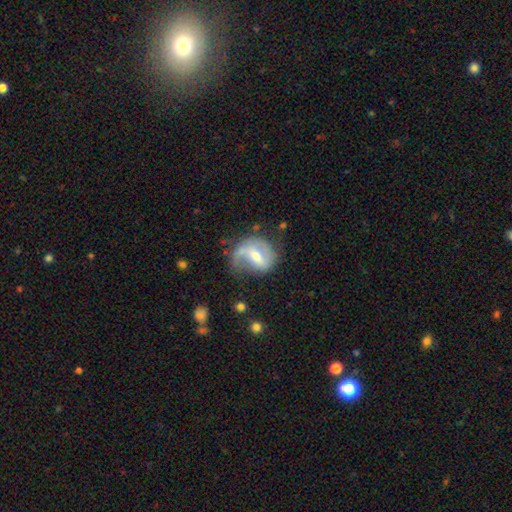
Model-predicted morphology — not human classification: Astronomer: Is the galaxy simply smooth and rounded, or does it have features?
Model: featured or disk — 70%.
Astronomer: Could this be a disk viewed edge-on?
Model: no — 96%.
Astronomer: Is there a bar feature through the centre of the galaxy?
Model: weak — 47% (runner-up: strong, 35%).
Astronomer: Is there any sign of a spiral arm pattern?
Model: yes — 82%.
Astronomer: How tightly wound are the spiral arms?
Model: loose — 45% (runner-up: medium, 38%).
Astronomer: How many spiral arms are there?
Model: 2 — 61%.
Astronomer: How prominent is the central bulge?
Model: moderate — 58% (runner-up: small, 35%).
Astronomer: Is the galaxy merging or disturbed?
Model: none — 50% (runner-up: minor disturbance, 27%).